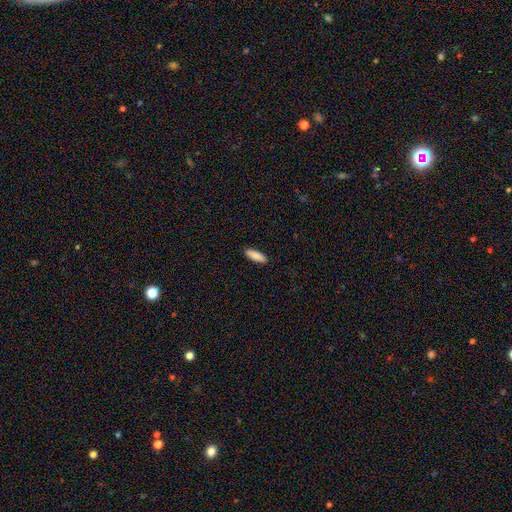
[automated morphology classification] Q: Smooth or featured?
A: smooth (88%); runner-up: featured or disk (6%)
Q: How rounded?
A: cigar-shaped (51%); runner-up: in between (47%)
Q: Merging?
A: none (90%); runner-up: minor disturbance (8%)